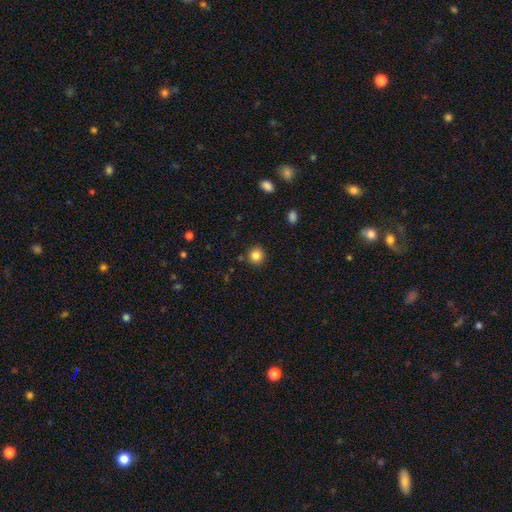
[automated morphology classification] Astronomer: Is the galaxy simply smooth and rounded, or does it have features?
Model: smooth — 83%.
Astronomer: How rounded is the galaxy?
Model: round — 92%.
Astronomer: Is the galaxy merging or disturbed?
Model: none — 88%.